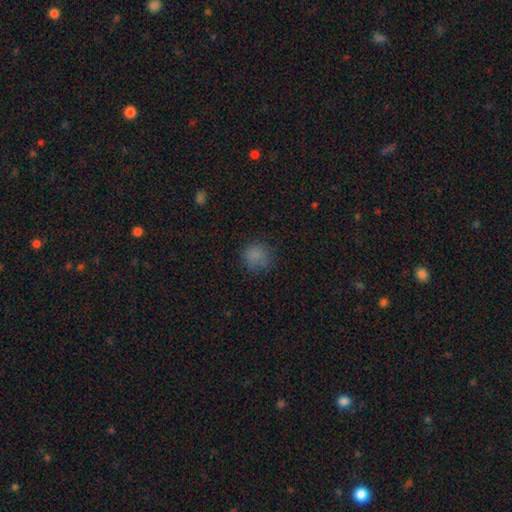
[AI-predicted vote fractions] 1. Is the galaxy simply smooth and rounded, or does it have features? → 79% smooth, 15% star or artifact, 6% featured or disk.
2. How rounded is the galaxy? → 90% round, 9% in between, 1% cigar-shaped.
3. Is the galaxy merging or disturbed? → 81% none, 13% minor disturbance, 5% major disturbance, 1% merger.